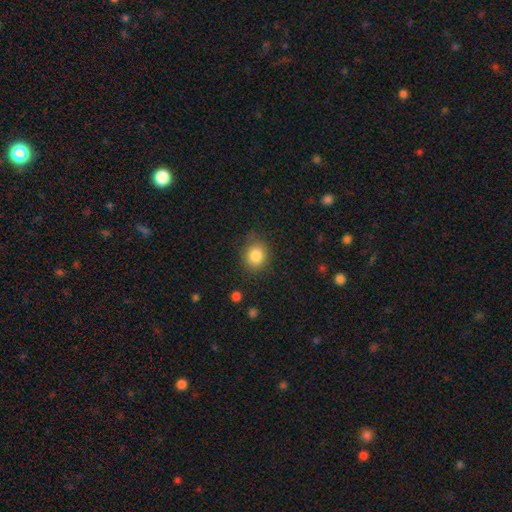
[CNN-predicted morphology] Smooth or featured: smooth — 84% (star or artifact — 10%)
How rounded: round — 74% (in between — 26%)
Merging: none — 83% (minor disturbance — 12%)